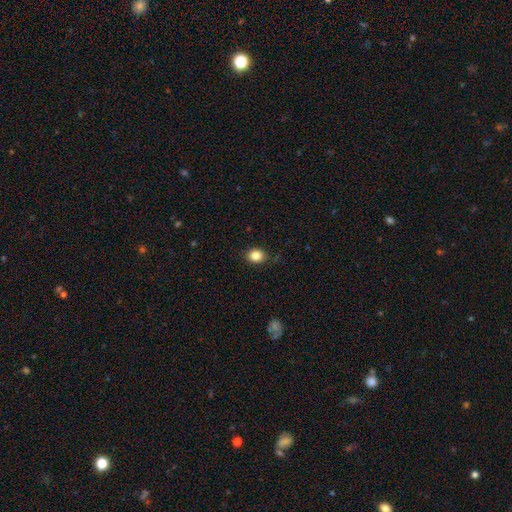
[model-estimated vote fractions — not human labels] smooth-or-featured: smooth: 84% | star or artifact: 10% | featured or disk: 5%
  how-rounded: round: 62% | in between: 37% | cigar-shaped: 1%
  merging: none: 85% | minor disturbance: 11% | major disturbance: 3% | merger: 1%